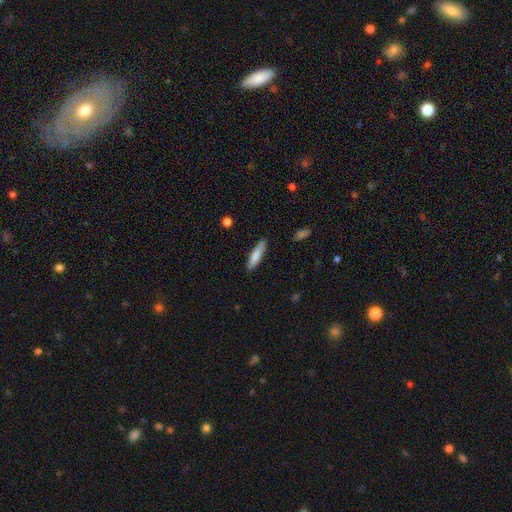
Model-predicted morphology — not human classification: type=smooth (79%); roundness=cigar-shaped (79%); merging=none (83%).